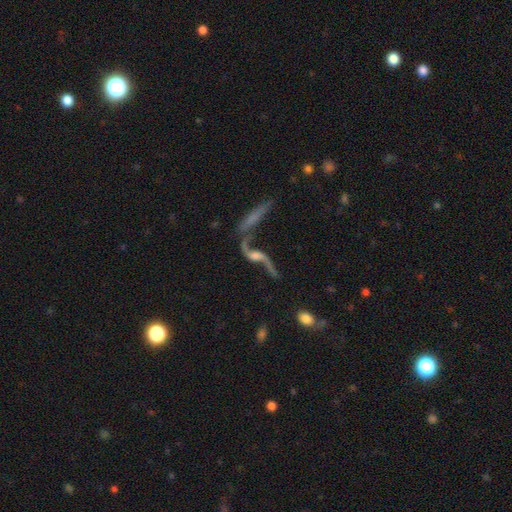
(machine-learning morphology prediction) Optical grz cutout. It shows a featured or disk galaxy (83%) with no bar (57%), 2 (91%) loose (93%) spiral arms (91%) and a small central bulge (32%). Merging: none (42%).